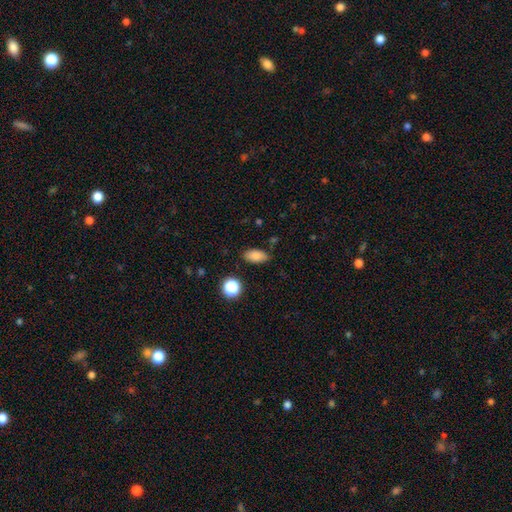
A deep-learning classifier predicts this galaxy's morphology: Smooth or featured? Predicted: smooth (p=0.84). How rounded? Predicted: in between (p=0.88). Merging? Predicted: none (p=0.83).